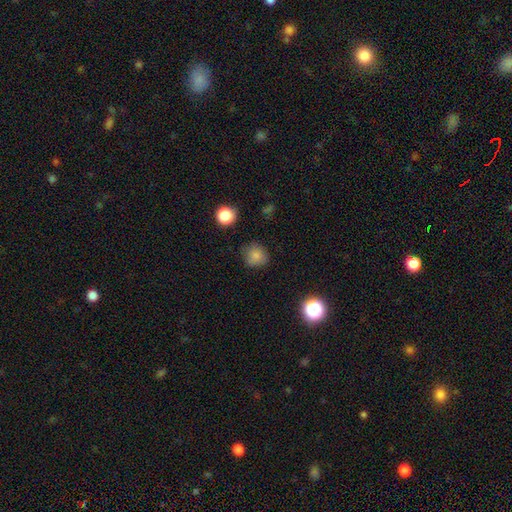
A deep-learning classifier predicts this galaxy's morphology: This appears to be a smooth galaxy with no disk features (80%) that is round (89%). Merging: none (80%).